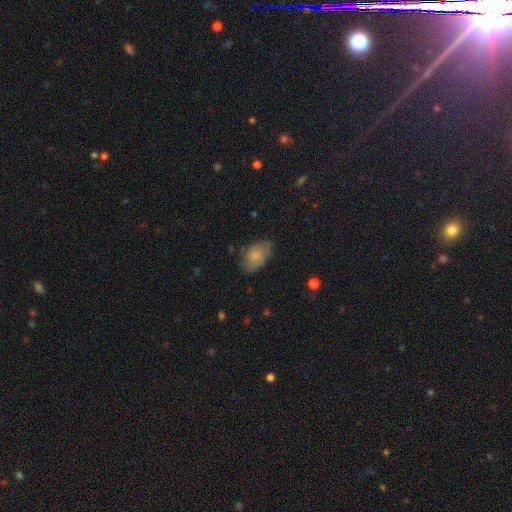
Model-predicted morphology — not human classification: type=smooth (72%); roundness=in between (90%); merging=none (69%).